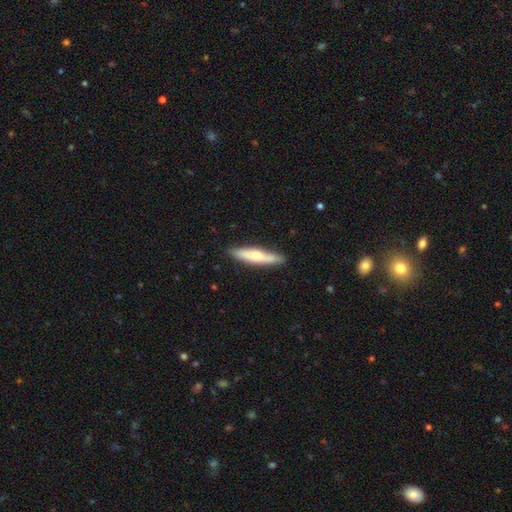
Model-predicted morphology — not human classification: The model was most divided on "smooth or featured": smooth: 59%, featured or disk: 36%, star or artifact: 5%. More confident: how rounded — cigar-shaped (87%); merging — none (85%).